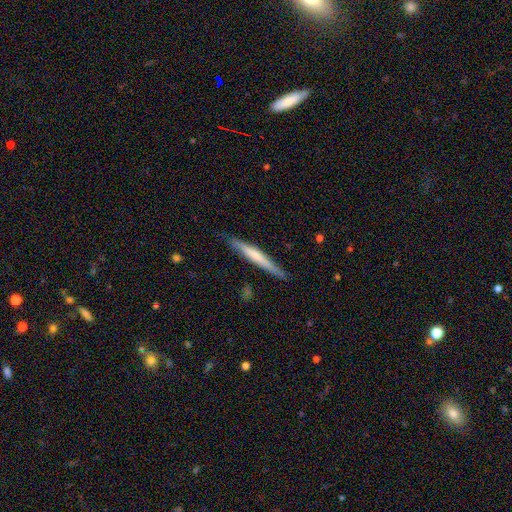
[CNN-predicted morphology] The model was most divided on "smooth or featured": smooth: 53%, featured or disk: 42%, star or artifact: 5%. More confident: how rounded — cigar-shaped (96%); merging — none (84%).